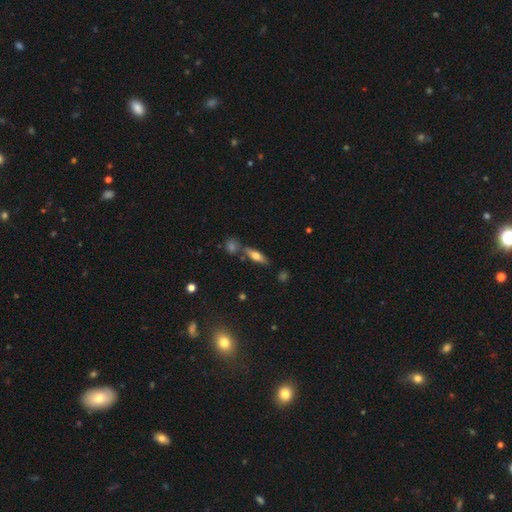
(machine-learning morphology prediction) Smooth or featured? smooth (62%)
How rounded? in between (51%)
Merging? none (72%)